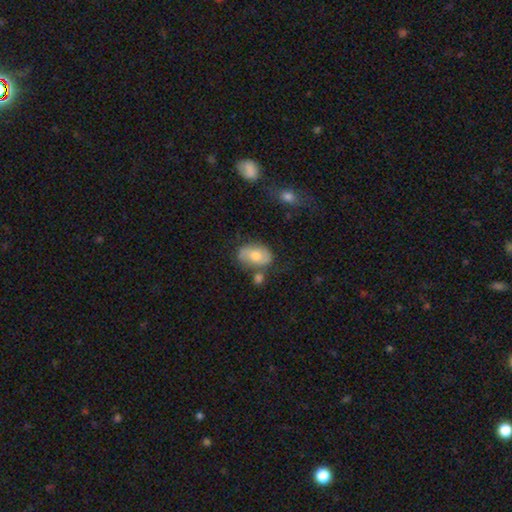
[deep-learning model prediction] Morphology: type=smooth (55%); roundness=in between (83%); merging=none (63%).